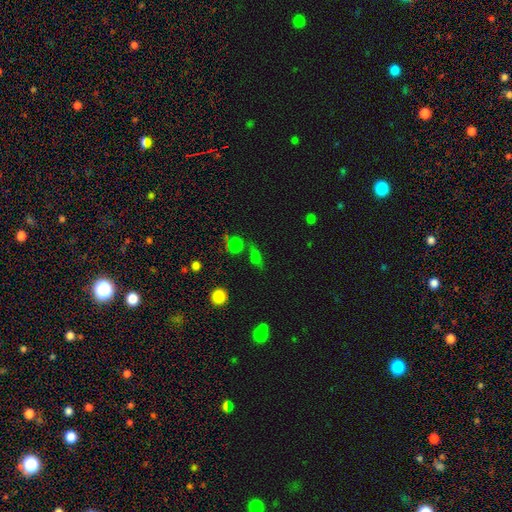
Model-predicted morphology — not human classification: Smooth or featured? Predicted: smooth (p=0.52). How rounded? Predicted: in between (p=0.46). Merging? Predicted: none (p=0.60).